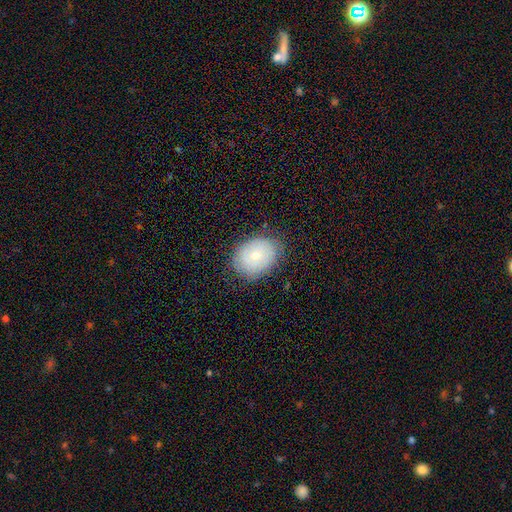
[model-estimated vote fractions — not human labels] A smooth galaxy with no disk features (67%) that is in between round and cigar-shaped (60%). Merging: none (78%).